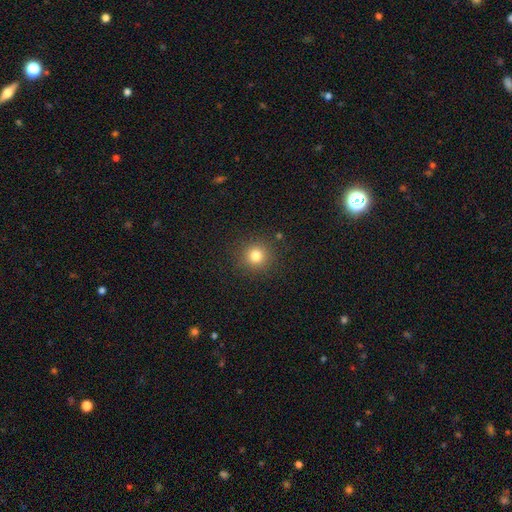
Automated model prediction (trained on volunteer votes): Overall: smooth (80%). How rounded: round (94%). Merging: none (89%).